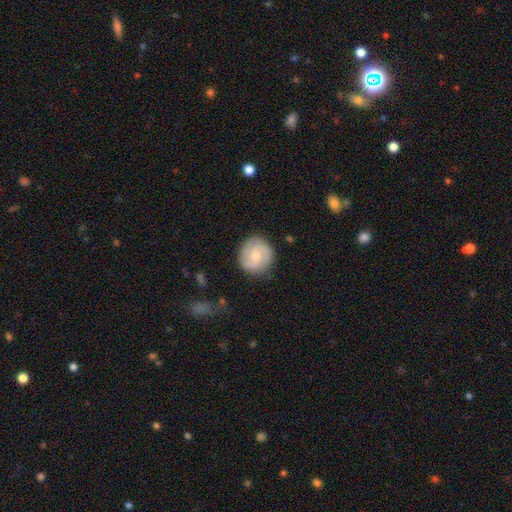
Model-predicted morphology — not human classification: A featured or disk galaxy (54%) with no bar (55%), spiral arms (89%) and a moderate central bulge (49%). Merging: none (82%).